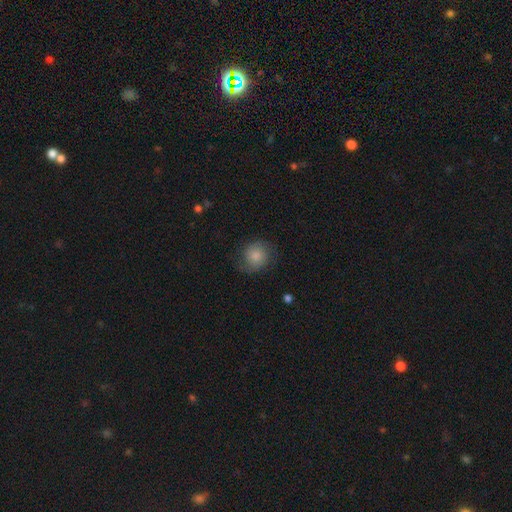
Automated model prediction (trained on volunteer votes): Morphology: type=smooth (70%); roundness=round (81%); merging=none (71%).